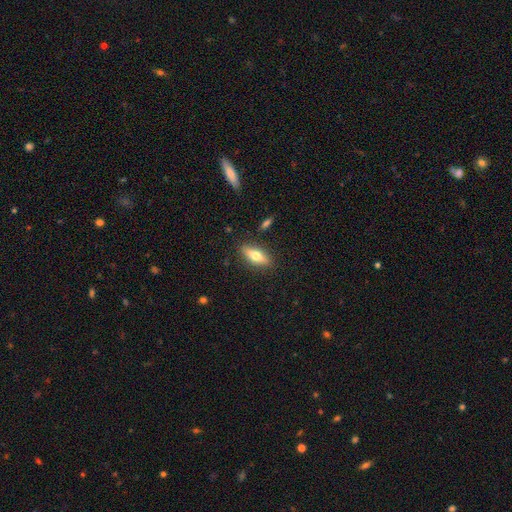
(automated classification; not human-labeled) Smooth or featured? smooth (59%)
How rounded? in between (66%)
Merging? none (86%)